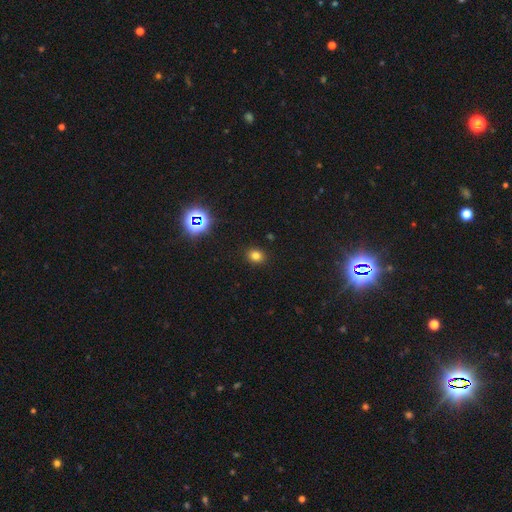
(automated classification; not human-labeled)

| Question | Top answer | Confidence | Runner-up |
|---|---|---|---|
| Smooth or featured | smooth | 77% | star or artifact (18%) |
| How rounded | round | 66% | in between (33%) |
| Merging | none | 90% | minor disturbance (7%) |